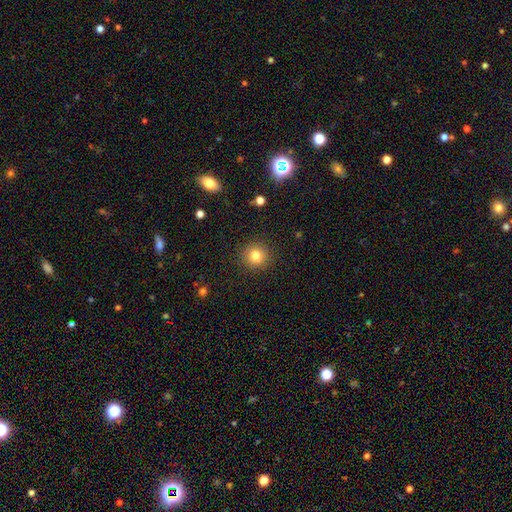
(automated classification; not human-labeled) A smooth galaxy with no disk features (81%) that is round (93%).

Vote fractions:
- Smooth or featured? smooth: 81% / star or artifact: 12% / featured or disk: 7%
- How rounded? round: 93% / in between: 6% / cigar-shaped: 1%
- Merging? none: 91% / minor disturbance: 6% / major disturbance: 2% / merger: 1%